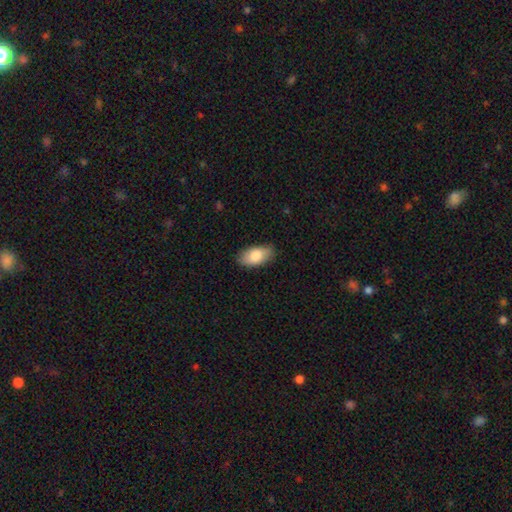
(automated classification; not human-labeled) Q: Smooth or featured?
A: smooth (82%); runner-up: featured or disk (12%)
Q: How rounded?
A: in between (92%); runner-up: cigar-shaped (5%)
Q: Merging?
A: none (85%); runner-up: minor disturbance (12%)